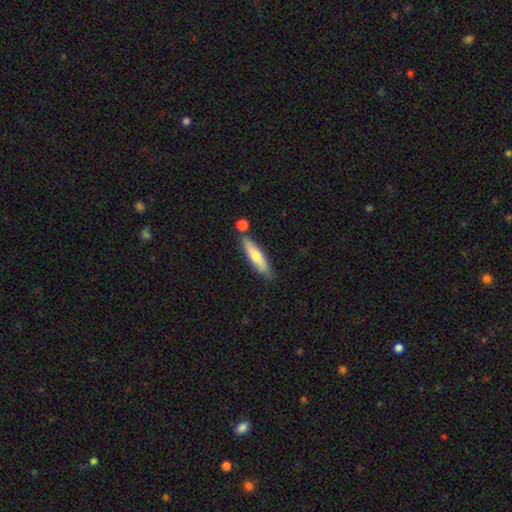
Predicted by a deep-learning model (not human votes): Morphology: type=smooth (60%); roundness=cigar-shaped (77%); merging=none (75%).